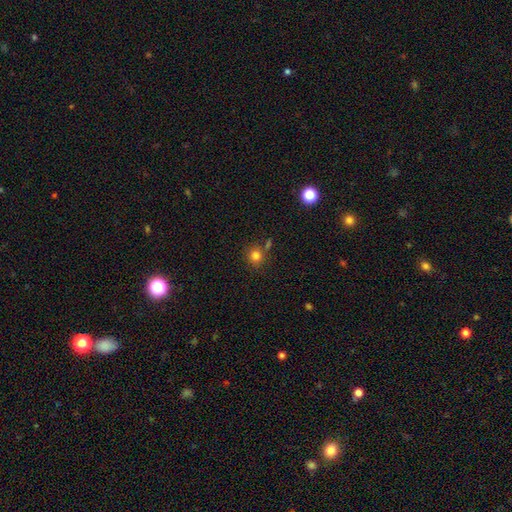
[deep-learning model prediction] smooth 80%, star or artifact 14%, featured or disk 7%. Down the decision tree: how rounded — round (89%); merging — none (75%).